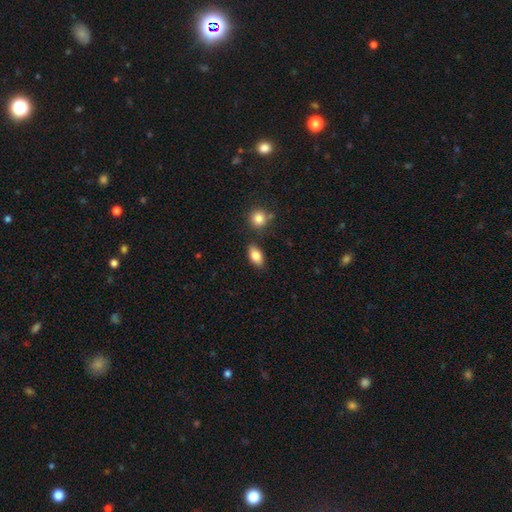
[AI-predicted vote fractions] A smooth galaxy with no disk features (84%) that is in between round and cigar-shaped (90%). Merging: none (81%).